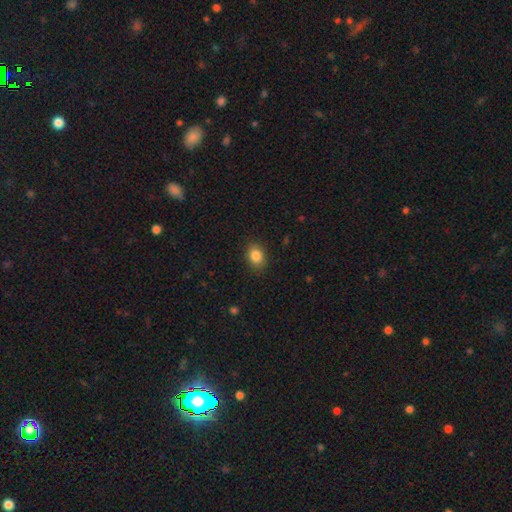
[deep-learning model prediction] Overall: smooth (85%). How rounded: in between (72%). Merging: none (87%).